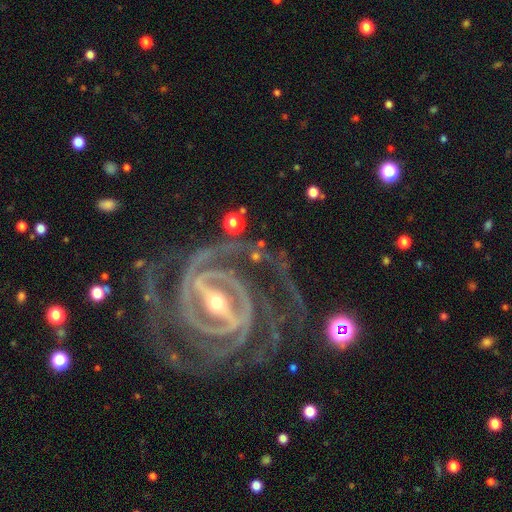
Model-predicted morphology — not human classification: Q: Smooth or featured?
A: featured or disk (91%); runner-up: star or artifact (5%)
Q: Edge-on disk?
A: no (97%); runner-up: yes (3%)
Q: Bar?
A: strong (79%); runner-up: weak (14%)
Q: Spiral arms?
A: yes (98%); runner-up: no (2%)
Q: Spiral winding?
A: tight (58%); runner-up: medium (35%)
Q: Spiral arm count?
A: 2 (43%); runner-up: 3 (24%)
Q: Bulge size?
A: small (51%); runner-up: moderate (44%)
Q: Merging?
A: none (61%); runner-up: major disturbance (17%)